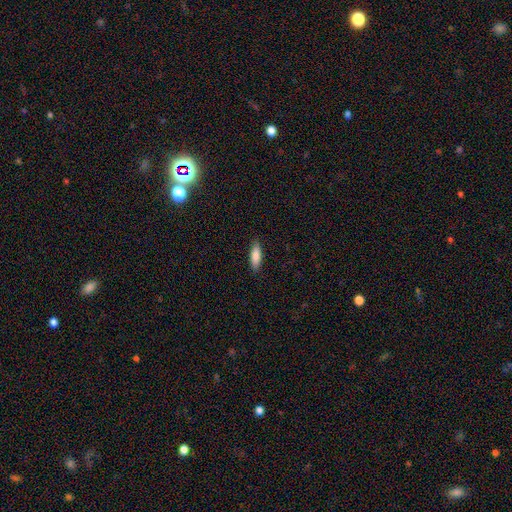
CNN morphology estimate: Smooth or featured?
  - smooth: 84% *
  - featured or disk: 10%
  - star or artifact: 6%
How rounded?
  - in between: 49% * (tied)
  - cigar-shaped: 49% * (tied)
  - round: 2%
Merging?
  - none: 88% *
  - minor disturbance: 9%
  - major disturbance: 2%
  - merger: 1%